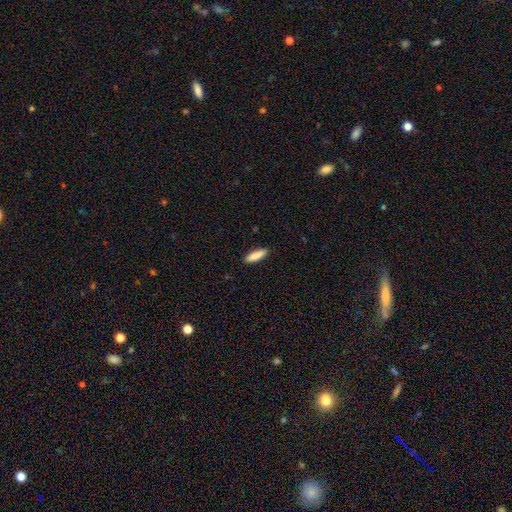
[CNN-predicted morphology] smooth 88%, featured or disk 7%, star or artifact 6%. Down the decision tree: how rounded — cigar-shaped (52%); merging — none (90%).